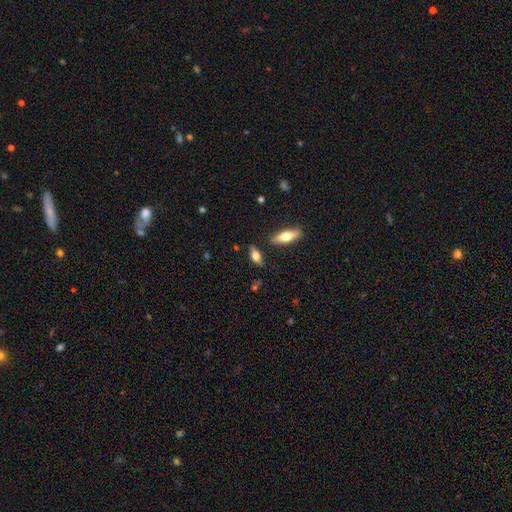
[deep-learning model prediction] Smooth or featured? Predicted: smooth (p=0.59). How rounded? Predicted: in between (p=0.72). Merging? Predicted: none (p=0.73).